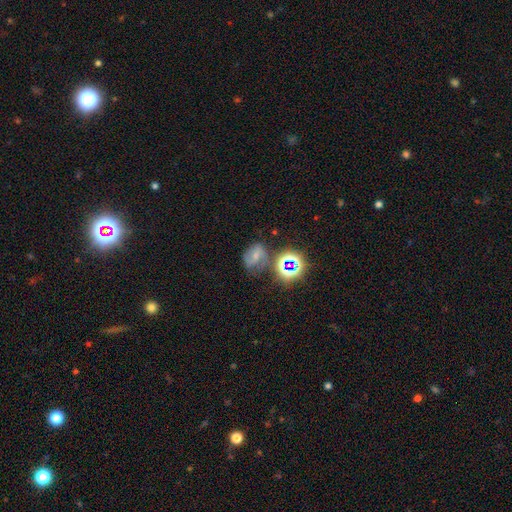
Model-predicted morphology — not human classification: smooth-or-featured: smooth: 39% | featured or disk: 34% | star or artifact: 27%
  merging: none: 54% | minor disturbance: 23% | major disturbance: 13% | merger: 10%